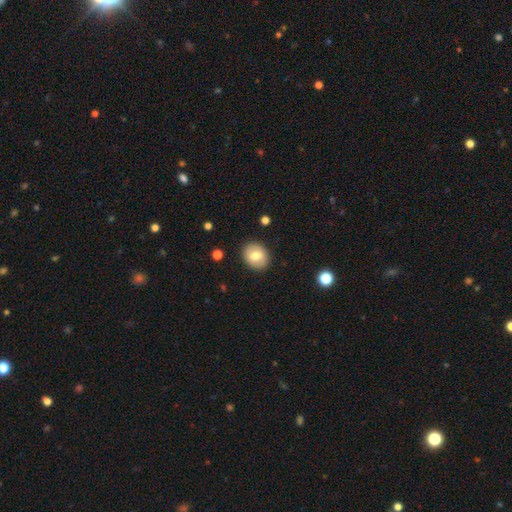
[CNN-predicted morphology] Smooth or featured? smooth (73%)
How rounded? round (57%)
Merging? none (88%)